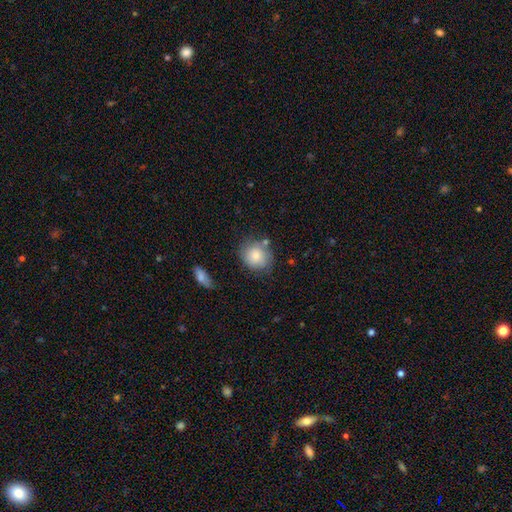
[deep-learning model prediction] Overall: smooth (81%). How rounded: round (78%). Merging: none (69%).